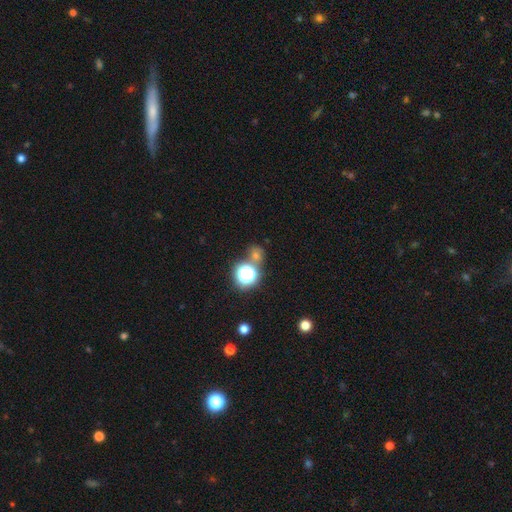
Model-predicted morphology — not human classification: A star or artifact, not a galaxy (48%).

Vote fractions:
- Smooth or featured? star or artifact: 48% / smooth: 43% / featured or disk: 8%